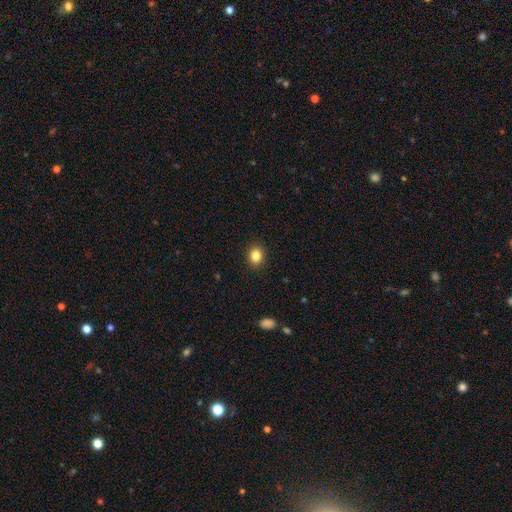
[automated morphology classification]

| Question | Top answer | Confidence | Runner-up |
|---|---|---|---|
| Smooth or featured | smooth | 85% | star or artifact (10%) |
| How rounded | round | 60% | in between (40%) |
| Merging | none | 90% | minor disturbance (7%) |